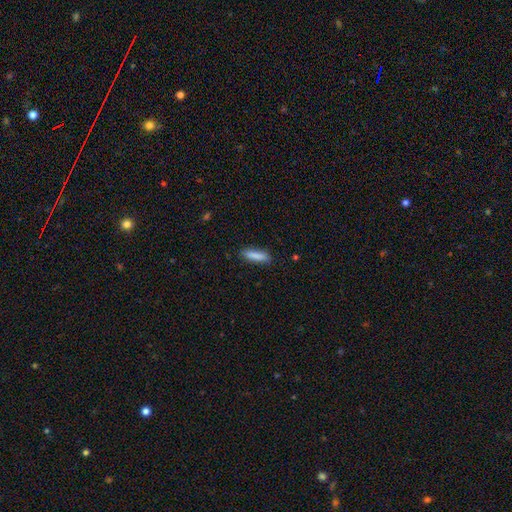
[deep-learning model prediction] smooth 86%, featured or disk 8%, star or artifact 6%. Down the decision tree: how rounded — cigar-shaped (72%); merging — none (86%).